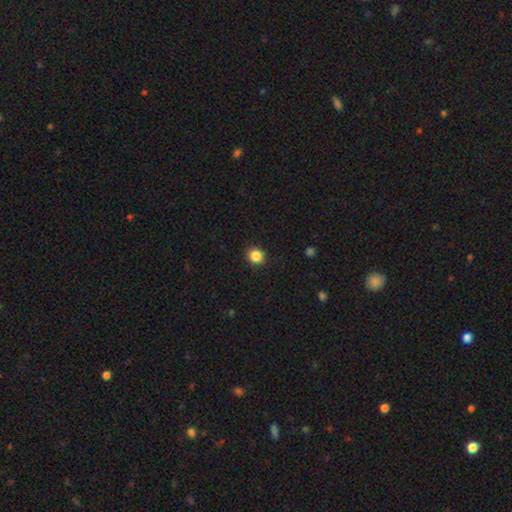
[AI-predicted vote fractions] smooth-or-featured: smooth: 86% | star or artifact: 10% | featured or disk: 3%
  how-rounded: round: 90% | in between: 10% | cigar-shaped: 1%
  merging: none: 91% | minor disturbance: 6% | major disturbance: 2% | merger: 1%